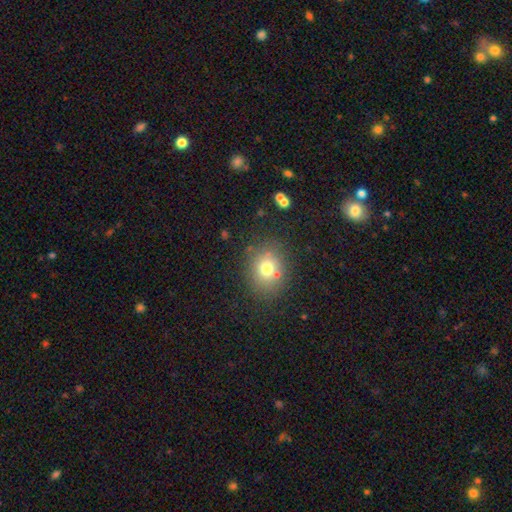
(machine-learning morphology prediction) Overall: smooth (70%). How rounded: round (59%; in between 40%). Merging: none (83%).